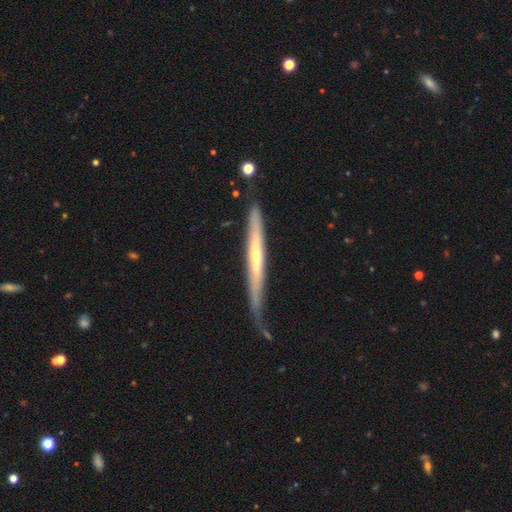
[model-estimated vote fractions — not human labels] This is likely a featured or disk galaxy (67%). It is clearly viewed edge-on (91%). Edge-on bulge: possibly none (50%). Merging: likely none (61%).